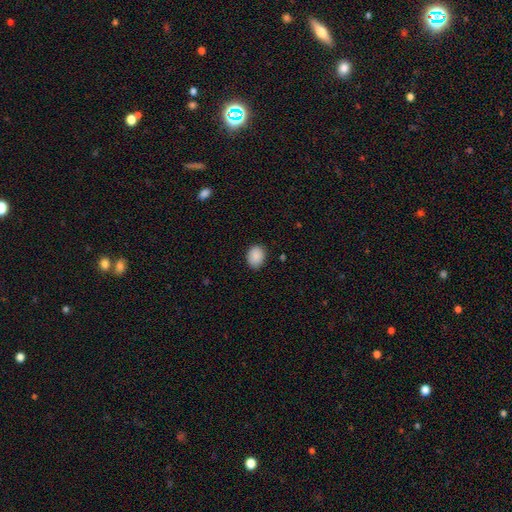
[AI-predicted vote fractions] smooth 89%, star or artifact 7%, featured or disk 4%. Down the decision tree: how rounded — in between (56%); merging — none (85%).